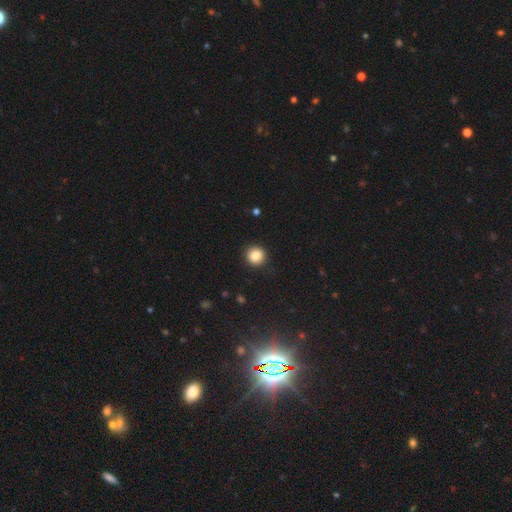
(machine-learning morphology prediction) This appears to be a smooth galaxy with no disk features (85%) that is round (92%). Merging: none (91%).